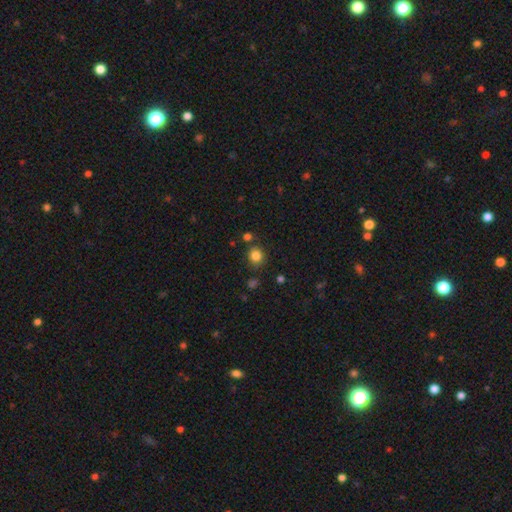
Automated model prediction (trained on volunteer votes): A smooth galaxy with no disk features (83%) that is round (85%).

Vote fractions:
- Smooth or featured? smooth: 83% / star or artifact: 12% / featured or disk: 5%
- How rounded? round: 85% / in between: 14% / cigar-shaped: 1%
- Merging? none: 82% / minor disturbance: 9% / merger: 6% / major disturbance: 3%